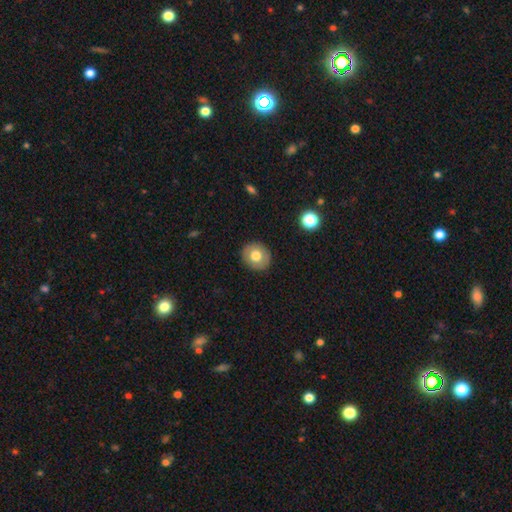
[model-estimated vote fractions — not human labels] Smooth or featured: smooth — 72% (featured or disk — 21%)
How rounded: round — 78% (in between — 21%)
Merging: none — 90% (minor disturbance — 7%)